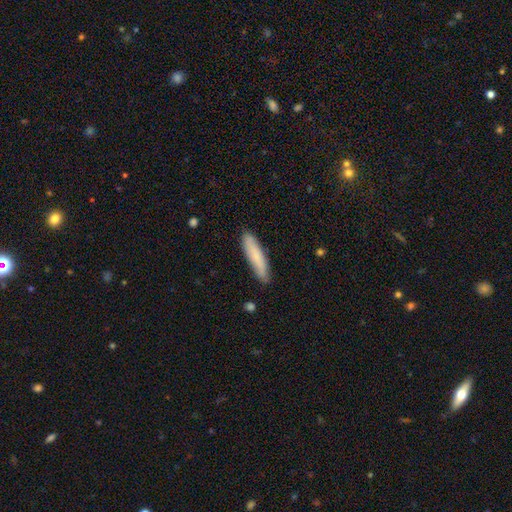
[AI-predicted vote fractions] This is likely a smooth galaxy (75%). How rounded: clearly cigar-shaped (82%). Merging: clearly none (85%).